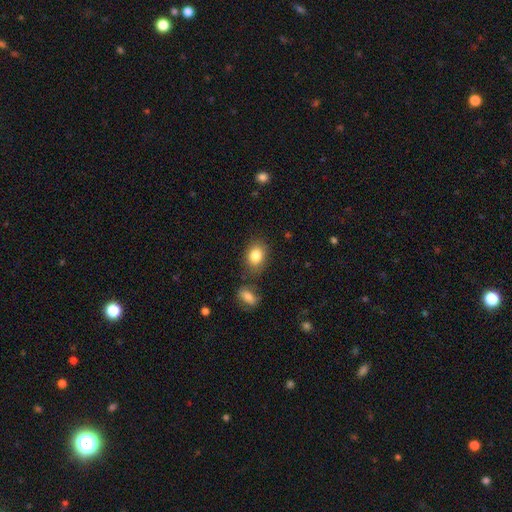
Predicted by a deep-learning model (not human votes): Overall: smooth (83%). How rounded: in between (66%; round 33%). Merging: none (74%).